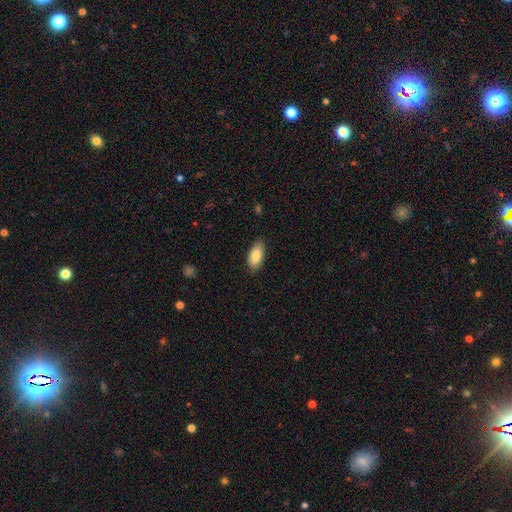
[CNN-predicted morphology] smooth 87%, featured or disk 7%, star or artifact 6%. Down the decision tree: how rounded — in between (91%); merging — none (85%).